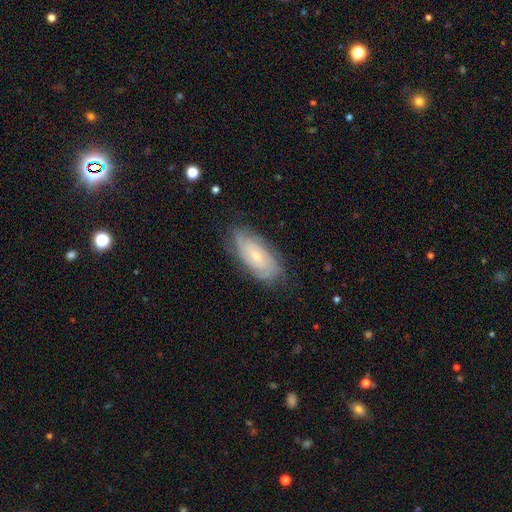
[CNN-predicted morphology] Q: Smooth or featured?
A: featured or disk (74%); runner-up: smooth (19%)
Q: Edge-on disk?
A: no (93%); runner-up: yes (7%)
Q: Bar?
A: no (70%); runner-up: weak (25%)
Q: Spiral arms?
A: yes (93%); runner-up: no (7%)
Q: Spiral winding?
A: tight (69%); runner-up: medium (25%)
Q: Spiral arm count?
A: can't tell (41%); runner-up: 2 (26%)
Q: Bulge size?
A: small (73%); runner-up: moderate (22%)
Q: Merging?
A: none (78%); runner-up: minor disturbance (17%)